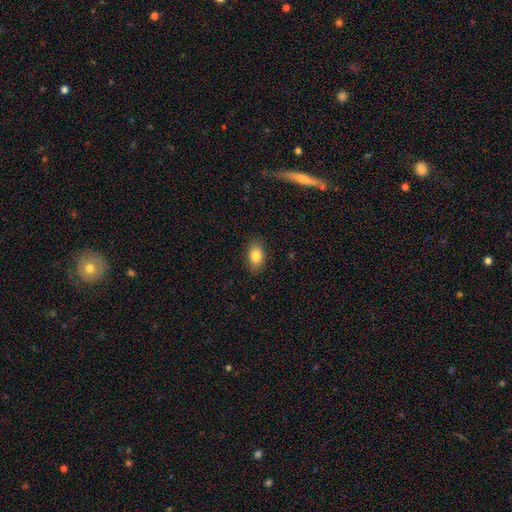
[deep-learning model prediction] Smooth or featured? Predicted: smooth (p=0.84). How rounded? Predicted: in between (p=0.89). Merging? Predicted: none (p=0.87).